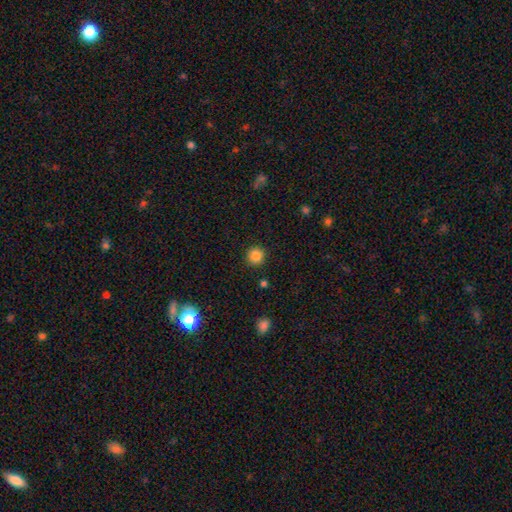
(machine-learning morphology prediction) The model was most divided on "smooth or featured": smooth: 84%, star or artifact: 11%, featured or disk: 4%. More confident: how rounded — round (94%); merging — none (91%).